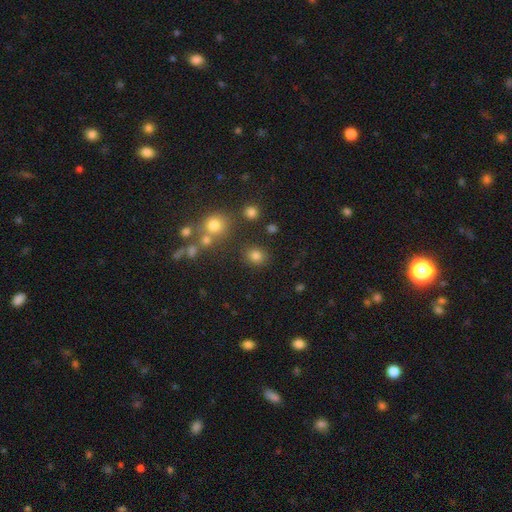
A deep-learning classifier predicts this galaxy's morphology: smooth_or_featured: smooth (p=0.79) [alt: star or artifact p=0.15]
how_rounded: round (p=0.76) [alt: in between p=0.23]
merging: none (p=0.82) [alt: minor disturbance p=0.09]